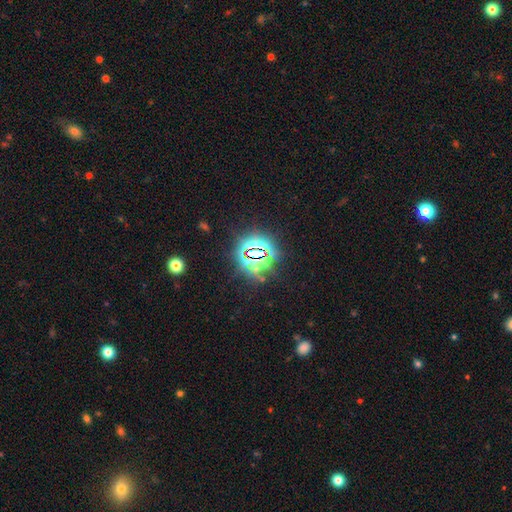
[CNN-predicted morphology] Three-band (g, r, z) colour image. It shows a star or artifact, not a galaxy (81%).